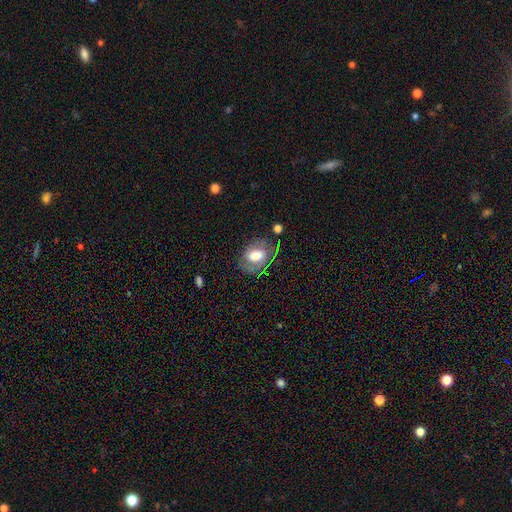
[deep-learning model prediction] This is possibly a smooth galaxy (56%). How rounded: likely in between (68%). Merging: likely none (63%).